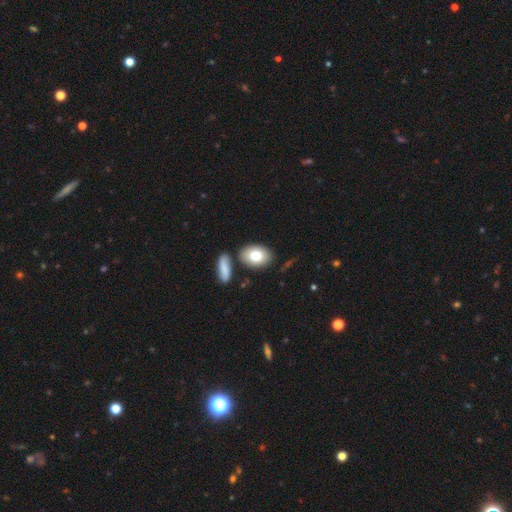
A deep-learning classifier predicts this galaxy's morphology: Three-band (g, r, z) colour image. It shows a smooth galaxy with no disk features (78%) that is in between round and cigar-shaped (83%). Merging: none (76%).